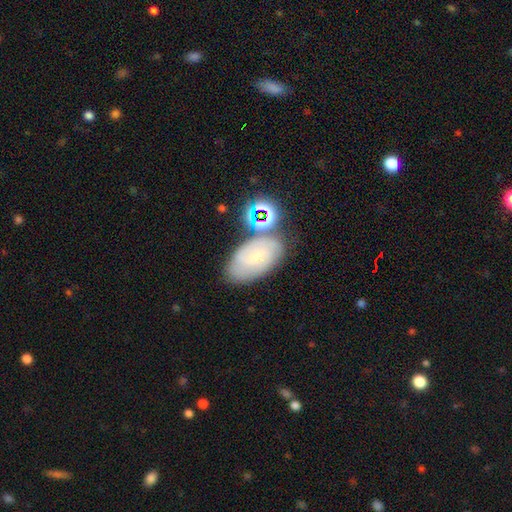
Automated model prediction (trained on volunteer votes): Smooth or featured? Predicted: featured or disk (p=0.55). Edge-on disk? Predicted: no (p=0.94). Bar? Predicted: no (p=0.55). Spiral arms? Predicted: yes (p=0.85). Bulge size? Predicted: small (p=0.61). Merging? Predicted: none (p=0.63).